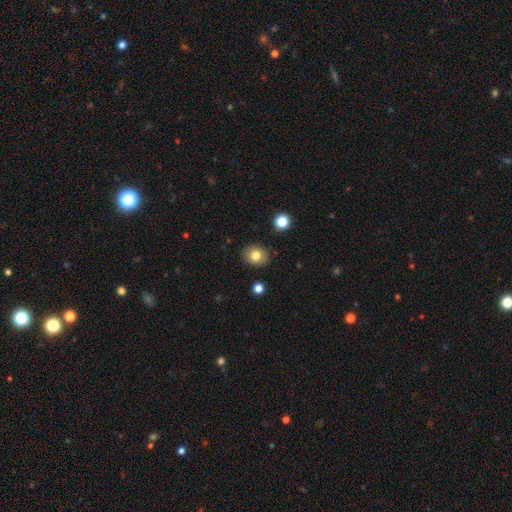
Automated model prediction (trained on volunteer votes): A smooth galaxy with no disk features (81%) that is round (69%). Merging: none (89%).